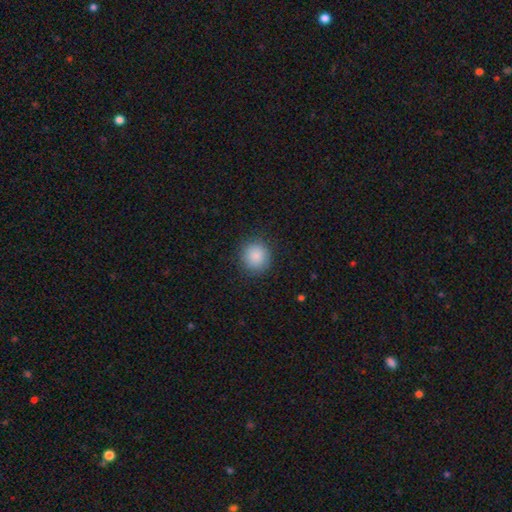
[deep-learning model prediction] smooth_or_featured: smooth (p=0.88) [alt: star or artifact p=0.08]
how_rounded: round (p=0.89) [alt: in between p=0.10]
merging: none (p=0.88) [alt: minor disturbance p=0.08]